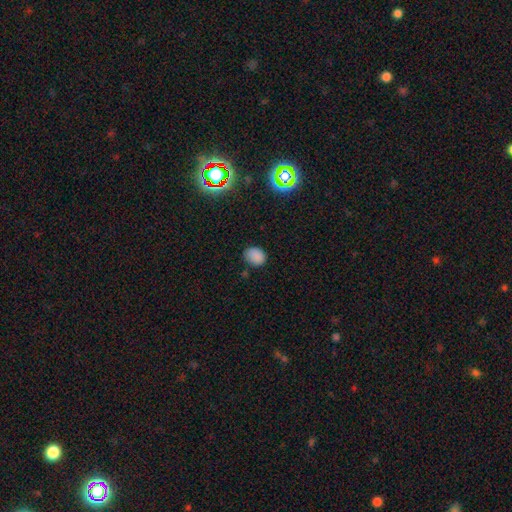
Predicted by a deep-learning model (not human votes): smooth_or_featured: smooth (p=0.83) [alt: star or artifact p=0.13]
how_rounded: in between (p=0.54) [alt: round p=0.45]
merging: none (p=0.79) [alt: minor disturbance p=0.16]